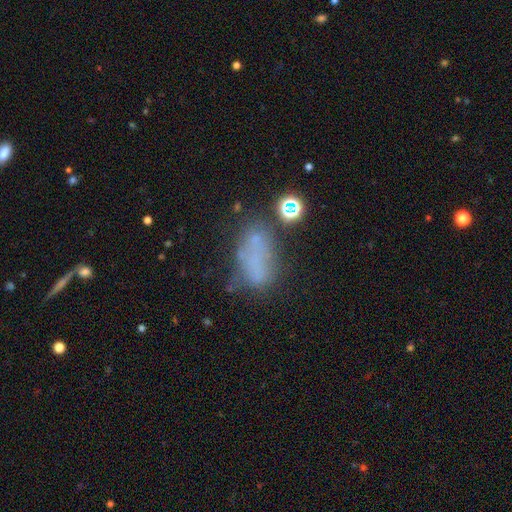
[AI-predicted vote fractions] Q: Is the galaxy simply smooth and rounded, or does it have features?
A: smooth — 49%.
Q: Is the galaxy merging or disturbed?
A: none — 36%.